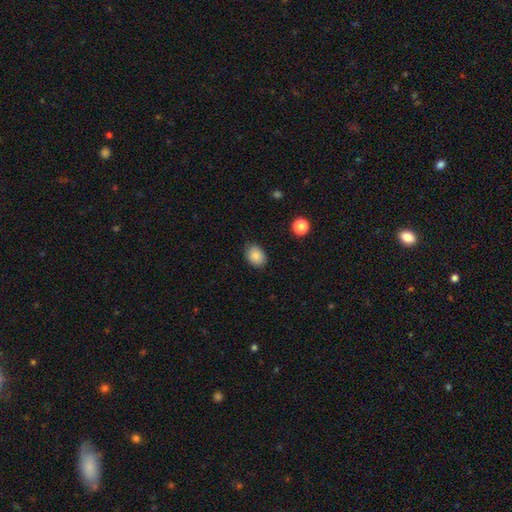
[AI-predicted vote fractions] This is clearly a smooth galaxy (86%). How rounded: likely in between (72%). Merging: clearly none (83%).